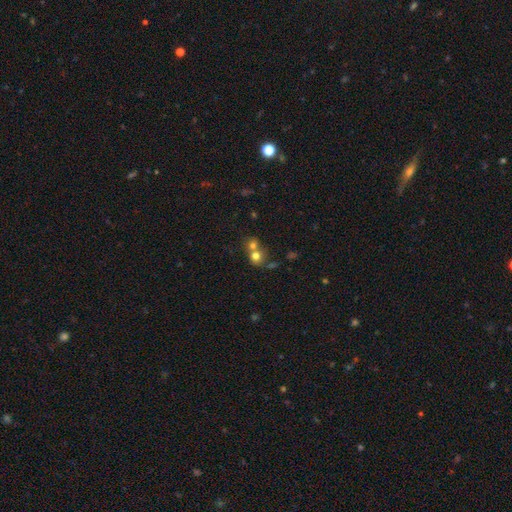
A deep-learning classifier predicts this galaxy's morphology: A smooth galaxy with no disk features (73%) that is round (79%). Merging: merger (56%).